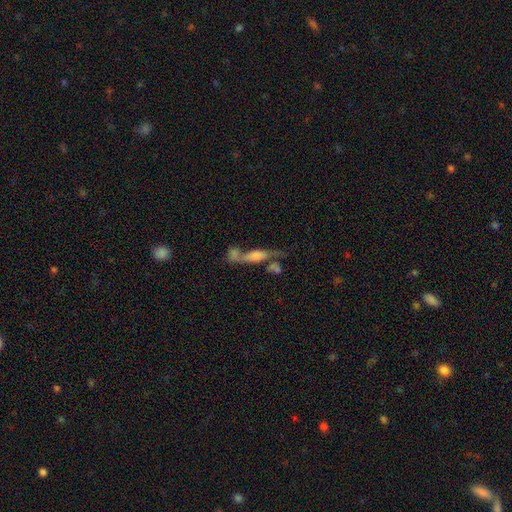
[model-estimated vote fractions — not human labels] Smooth or featured: featured or disk — 46% (smooth — 40%)
Merging: merger — 48% (none — 28%)